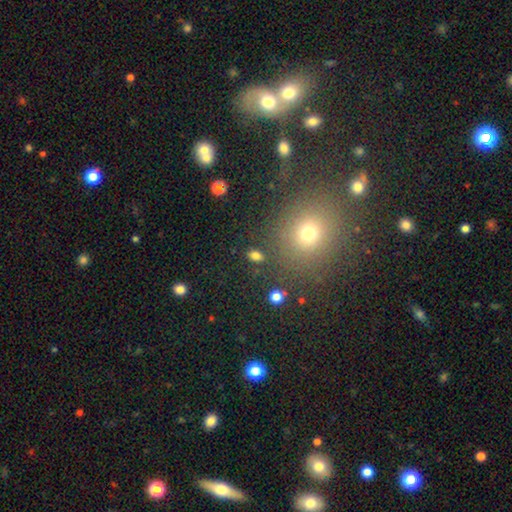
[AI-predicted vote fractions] smooth-or-featured: smooth: 80% | star or artifact: 14% | featured or disk: 6%
  how-rounded: in between: 78% | round: 19% | cigar-shaped: 2%
  merging: none: 84% | minor disturbance: 8% | merger: 4% | major disturbance: 4%